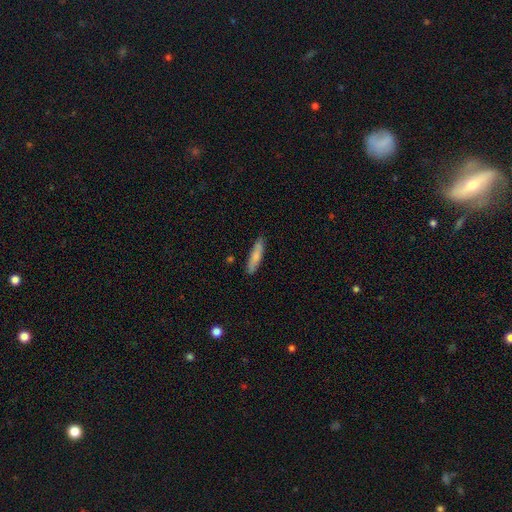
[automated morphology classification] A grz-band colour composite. It shows a smooth galaxy with no disk features (77%) that is cigar-shaped (82%). Merging: none (85%).